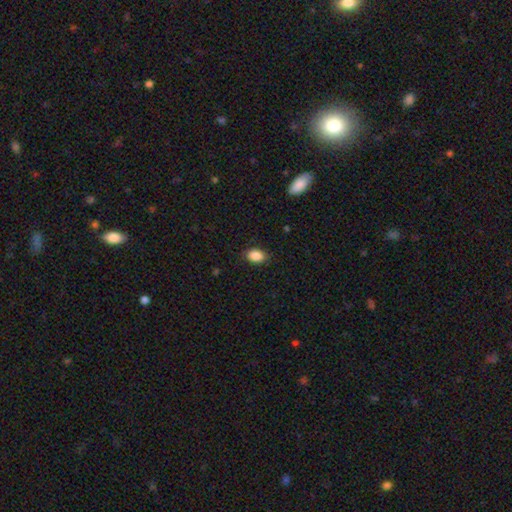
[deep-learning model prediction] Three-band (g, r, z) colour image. It shows a smooth galaxy with no disk features (88%) that is in between round and cigar-shaped (84%). Merging: none (86%).